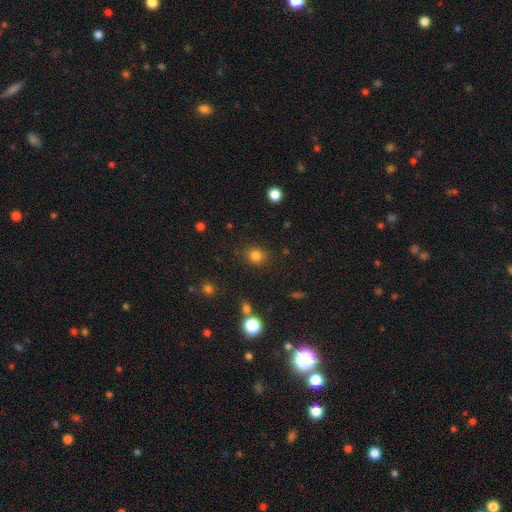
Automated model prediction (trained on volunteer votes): A smooth galaxy with no disk features (81%) that is round (77%). Merging: none (85%).